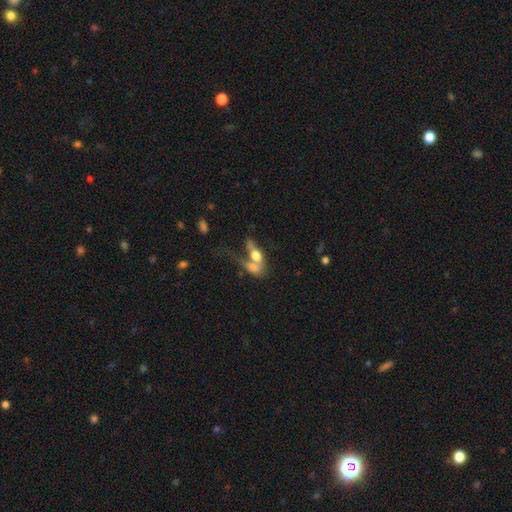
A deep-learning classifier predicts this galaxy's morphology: A smooth galaxy with no disk features (54%) that is in between round and cigar-shaped (69%).

Vote fractions:
- Smooth or featured? smooth: 54% / featured or disk: 37% / star or artifact: 9%
- How rounded? in between: 69% / cigar-shaped: 23% / round: 9%
- Merging? merger: 60% / none: 17% / major disturbance: 15% / minor disturbance: 8%